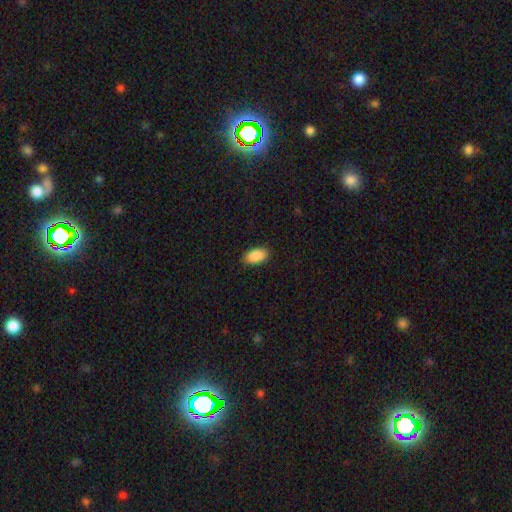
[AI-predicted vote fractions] Morphology: type=smooth (90%); roundness=in between (94%); merging=none (88%).